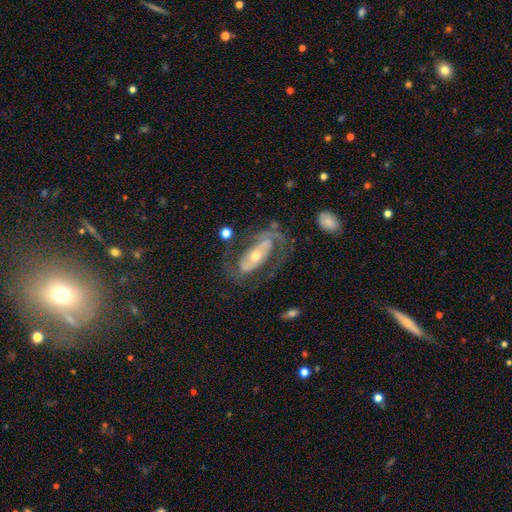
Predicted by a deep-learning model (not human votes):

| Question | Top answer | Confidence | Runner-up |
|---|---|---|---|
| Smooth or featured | featured or disk | 79% | smooth (14%) |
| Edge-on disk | no | 90% | yes (10%) |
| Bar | no | 39% | strong (37%) |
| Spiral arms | yes | 79% | no (21%) |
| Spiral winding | medium | 44% | tight (36%) |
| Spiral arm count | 2 | 75% | can't tell (14%) |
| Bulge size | small | 53% | moderate (41%) |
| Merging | none | 60% | major disturbance (21%) |